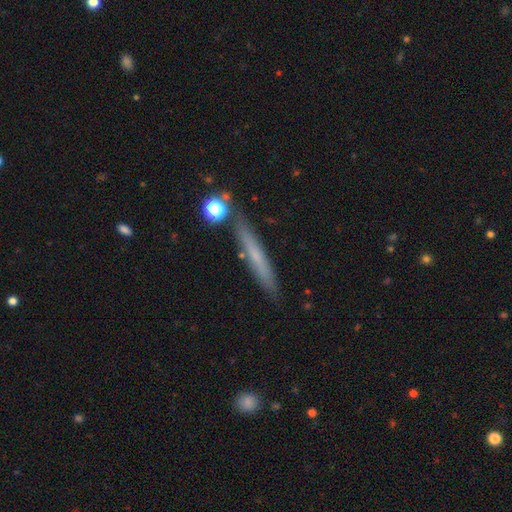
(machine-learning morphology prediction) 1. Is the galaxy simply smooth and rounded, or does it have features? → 53% smooth, 38% featured or disk, 9% star or artifact.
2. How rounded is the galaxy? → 94% cigar-shaped, 4% in between, 2% round.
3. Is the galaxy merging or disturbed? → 83% none, 10% minor disturbance, 4% merger, 2% major disturbance.